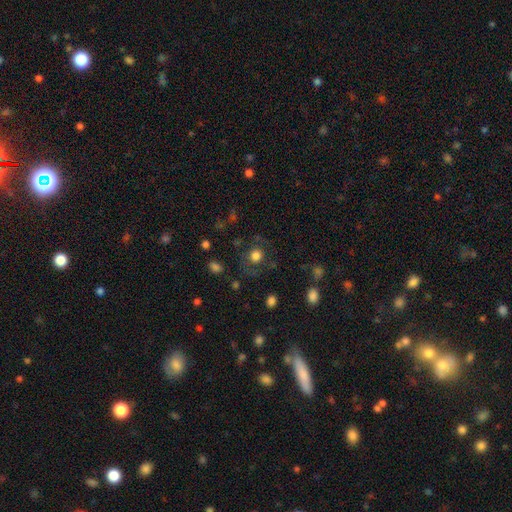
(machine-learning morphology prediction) Overall: smooth (74%). How rounded: round (83%). Merging: none (70%).